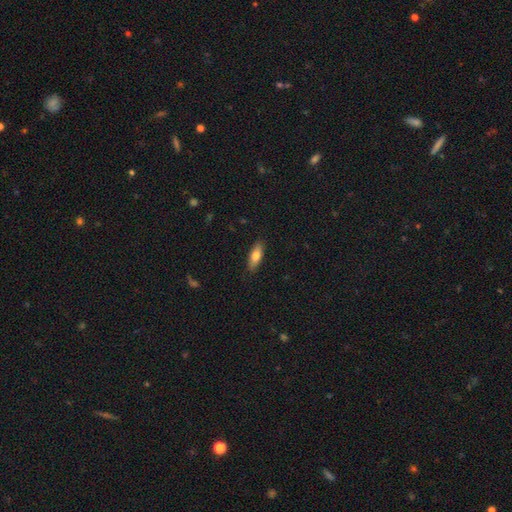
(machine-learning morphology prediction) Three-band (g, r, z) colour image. It shows a smooth galaxy with no disk features (73%) that is in between round and cigar-shaped (66%). Merging: none (88%).